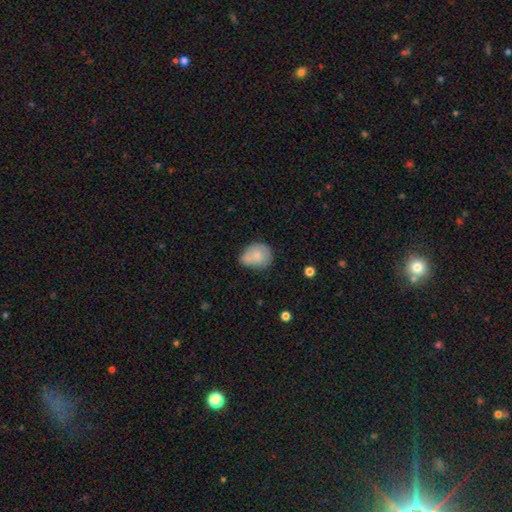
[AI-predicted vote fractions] This is likely a smooth galaxy (75%). How rounded: possibly round (56%). Merging: marginally none (43%).